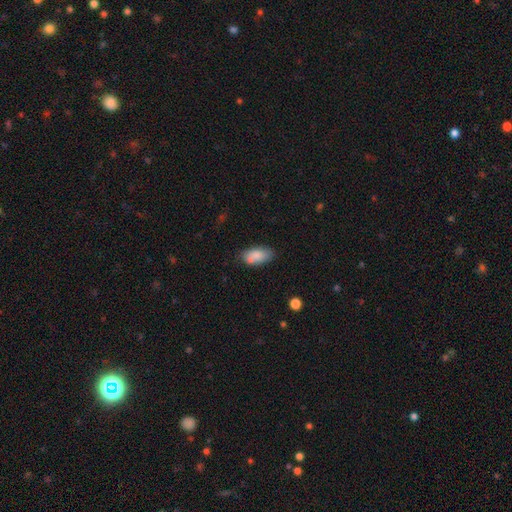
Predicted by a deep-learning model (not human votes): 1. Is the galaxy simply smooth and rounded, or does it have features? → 81% smooth, 11% featured or disk, 7% star or artifact.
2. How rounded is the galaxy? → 91% in between, 6% cigar-shaped, 3% round.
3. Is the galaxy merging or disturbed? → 66% none, 19% minor disturbance, 10% merger, 4% major disturbance.